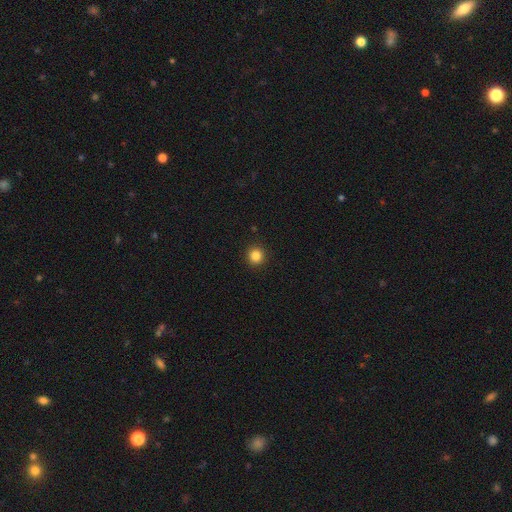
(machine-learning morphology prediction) This appears to be a smooth galaxy with no disk features (84%) that is round (94%). Merging: none (92%).